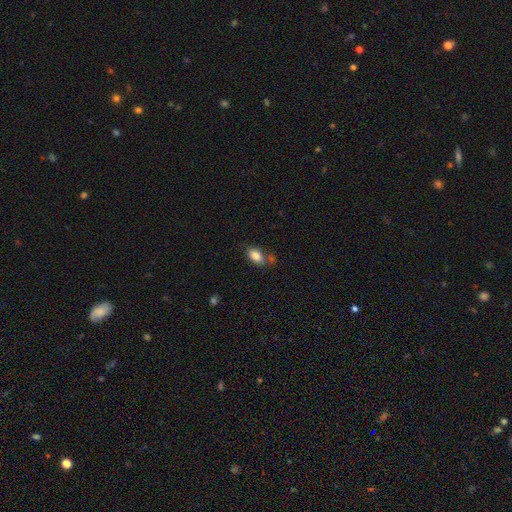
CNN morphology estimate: This is clearly a smooth galaxy (84%). How rounded: clearly in between (89%). Merging: likely none (62%).